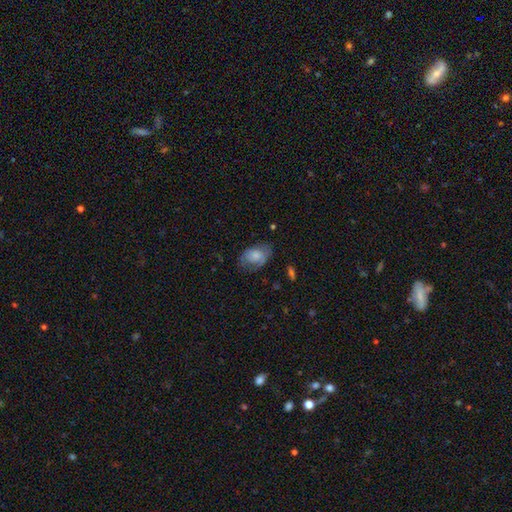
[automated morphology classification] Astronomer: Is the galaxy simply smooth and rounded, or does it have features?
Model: smooth — 69%.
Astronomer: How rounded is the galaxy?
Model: in between — 84%.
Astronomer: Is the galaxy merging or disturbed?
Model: none — 53% (runner-up: minor disturbance, 30%).